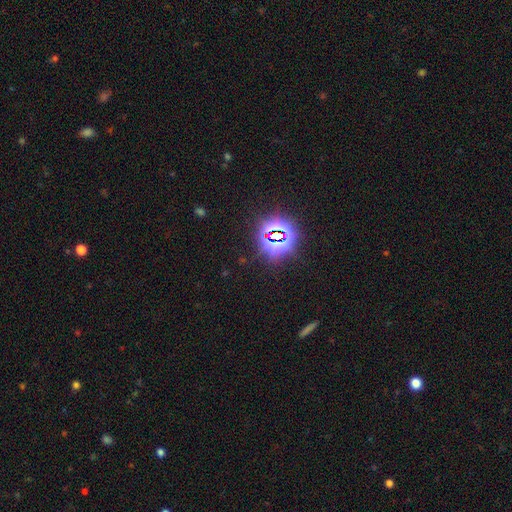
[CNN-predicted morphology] The model was most divided on "smooth or featured": star or artifact: 82%, smooth: 11%, featured or disk: 7%.